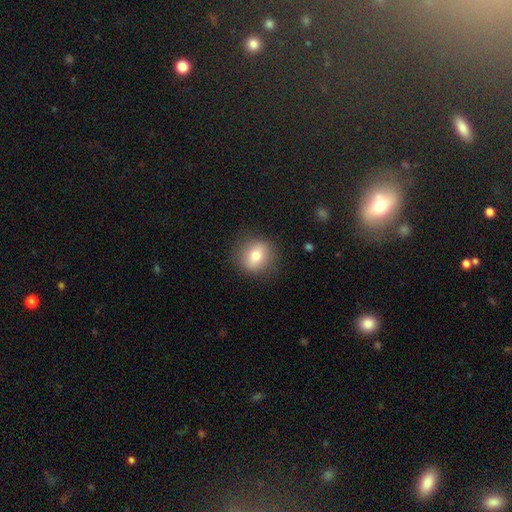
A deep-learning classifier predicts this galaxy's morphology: type=smooth (74%); roundness=round (79%); merging=none (86%).